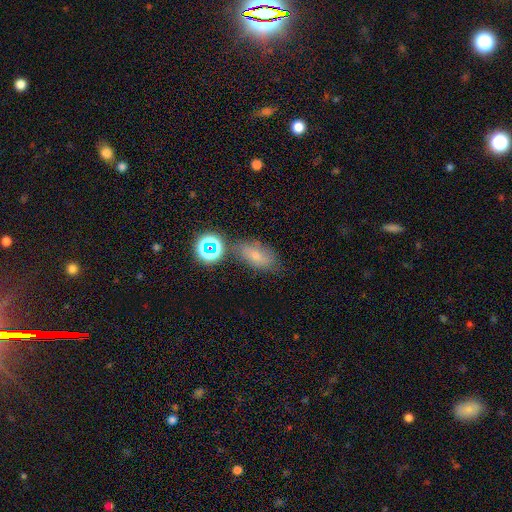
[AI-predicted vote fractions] This appears to be a smooth galaxy with no disk features (60%) that is in between round and cigar-shaped (84%). Merging: none (63%).